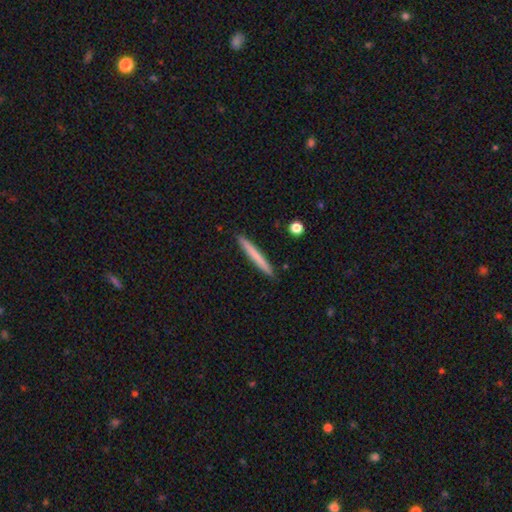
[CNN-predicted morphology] type=smooth (69%); roundness=cigar-shaped (97%); merging=none (92%).